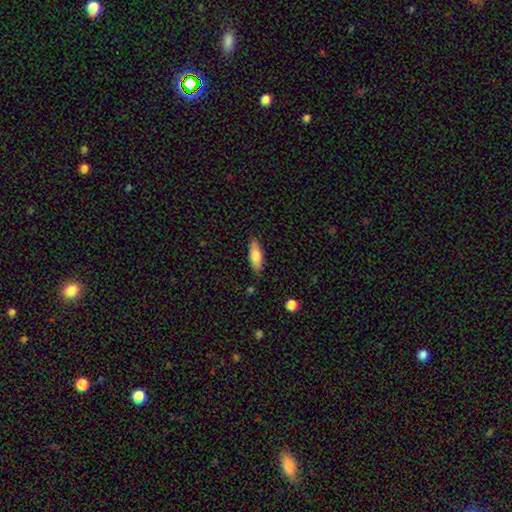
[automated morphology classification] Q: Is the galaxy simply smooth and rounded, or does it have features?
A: smooth — 75%.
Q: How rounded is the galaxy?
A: in between — 61%.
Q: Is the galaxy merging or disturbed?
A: none — 84%.